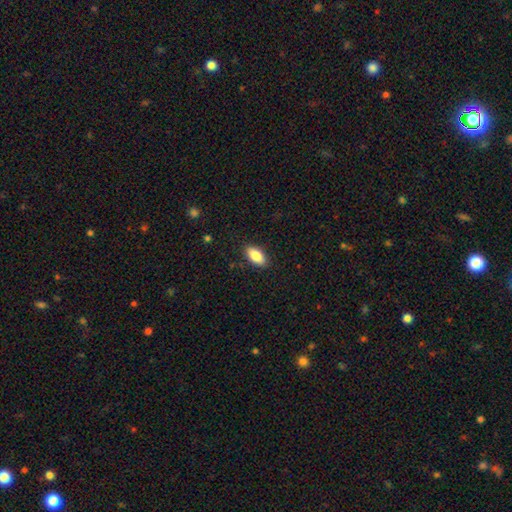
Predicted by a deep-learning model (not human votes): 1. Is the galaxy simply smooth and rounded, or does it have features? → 85% smooth, 8% featured or disk, 7% star or artifact.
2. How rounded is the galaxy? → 91% in between, 5% cigar-shaped, 3% round.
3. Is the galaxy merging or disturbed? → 88% none, 9% minor disturbance, 2% major disturbance, 1% merger.